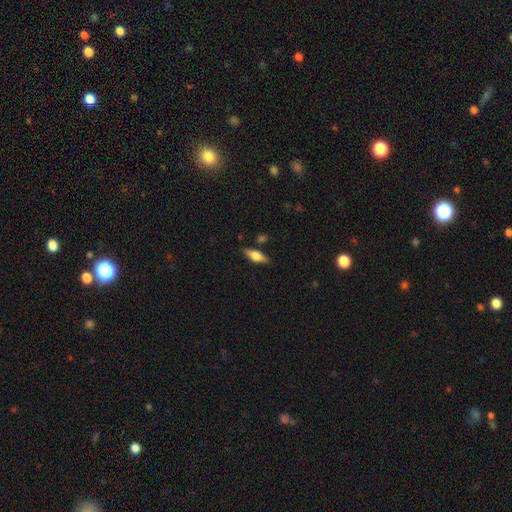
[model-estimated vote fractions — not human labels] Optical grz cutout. It shows a smooth galaxy with no disk features (51%) that is in between round and cigar-shaped (62%). Merging: none (81%).